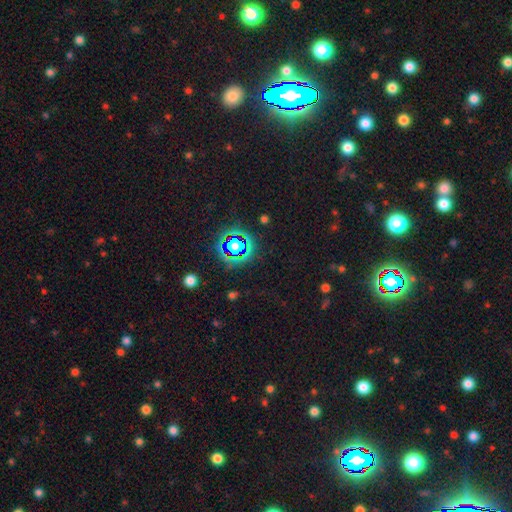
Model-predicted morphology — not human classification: A star or artifact, not a galaxy (79%).